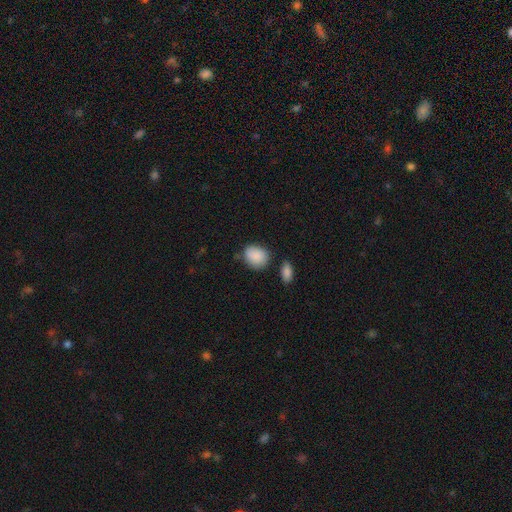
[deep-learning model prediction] A smooth galaxy with no disk features (88%) that is in between round and cigar-shaped (52%).

Vote fractions:
- Smooth or featured? smooth: 88% / star or artifact: 7% / featured or disk: 5%
- How rounded? in between: 52% / round: 47% / cigar-shaped: 1%
- Merging? none: 66% / minor disturbance: 22% / merger: 7% / major disturbance: 5%